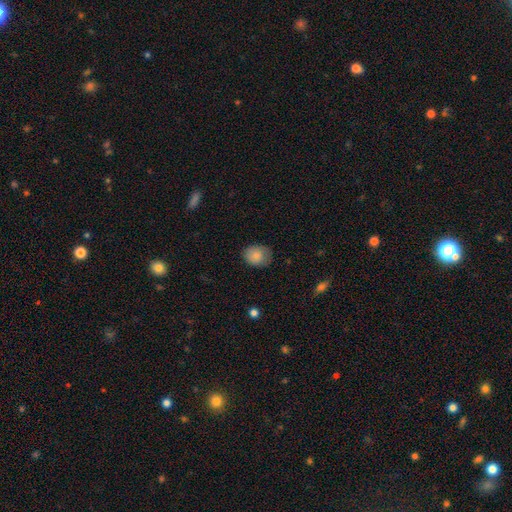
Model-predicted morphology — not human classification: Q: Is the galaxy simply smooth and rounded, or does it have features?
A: smooth — 83%.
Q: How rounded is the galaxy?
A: round — 59%.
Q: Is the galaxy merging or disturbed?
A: none — 74%.